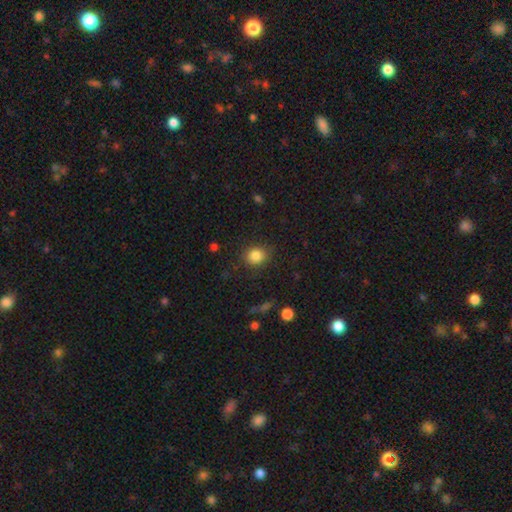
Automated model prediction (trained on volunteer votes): Overall: smooth (84%). How rounded: round (69%; in between 30%). Merging: none (83%).